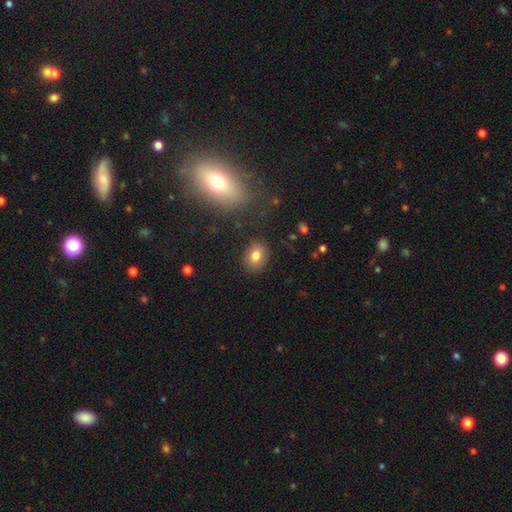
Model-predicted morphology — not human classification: Smooth or featured? smooth (80%)
How rounded? in between (62%)
Merging? none (86%)